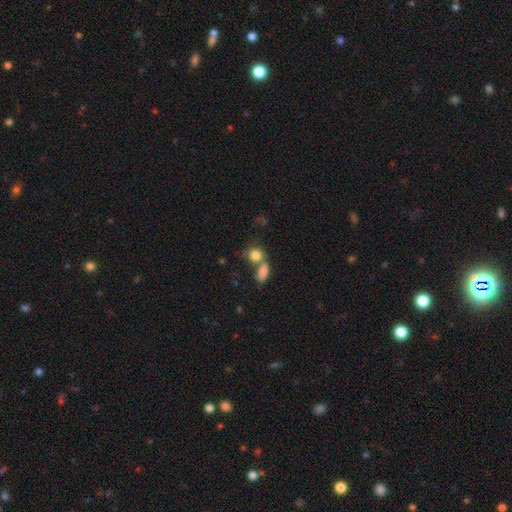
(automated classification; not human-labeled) Smooth or featured? Predicted: smooth (p=0.83). How rounded? Predicted: round (p=0.54). Merging? Predicted: merger (p=0.44).